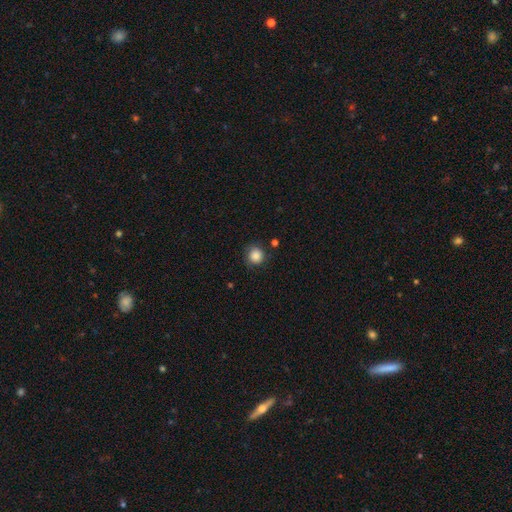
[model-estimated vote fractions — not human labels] smooth-or-featured: smooth: 86% | star or artifact: 10% | featured or disk: 5%
  how-rounded: round: 92% | in between: 7% | cigar-shaped: 1%
  merging: none: 83% | minor disturbance: 12% | major disturbance: 3% | merger: 2%